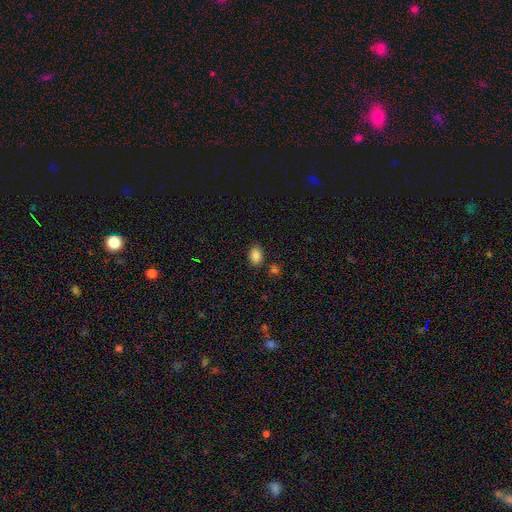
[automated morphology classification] The model was most divided on "how rounded": in between: 80%, round: 19%, cigar-shaped: 1%. More confident: smooth or featured — smooth (86%); merging — none (82%).